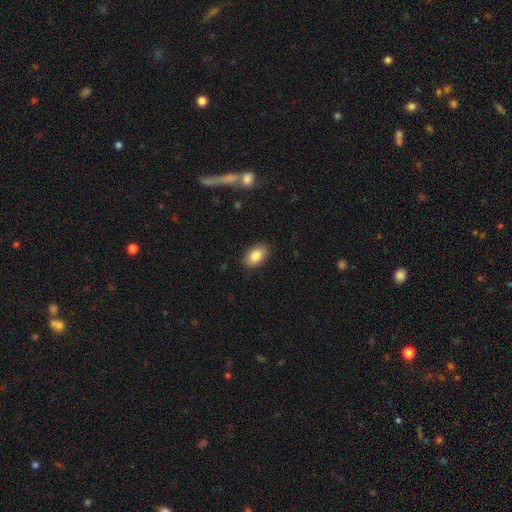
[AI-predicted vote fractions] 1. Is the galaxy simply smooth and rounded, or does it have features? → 85% smooth, 8% featured or disk, 7% star or artifact.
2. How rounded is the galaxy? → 91% in between, 7% round, 2% cigar-shaped.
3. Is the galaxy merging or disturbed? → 88% none, 9% minor disturbance, 2% major disturbance, 1% merger.